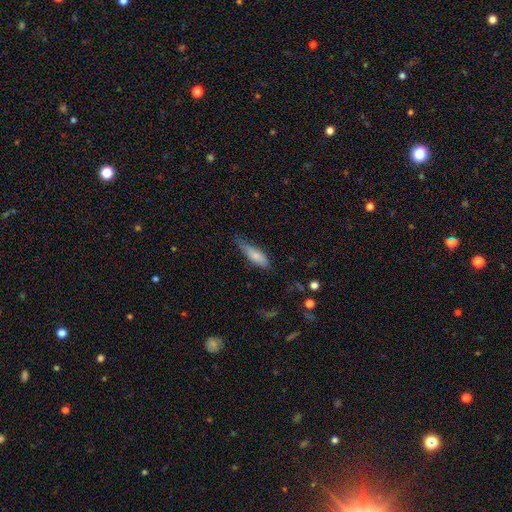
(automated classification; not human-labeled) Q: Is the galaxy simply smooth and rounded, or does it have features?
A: smooth — 78%.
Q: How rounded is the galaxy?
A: in between — 50%.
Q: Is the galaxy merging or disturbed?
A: none — 46%.